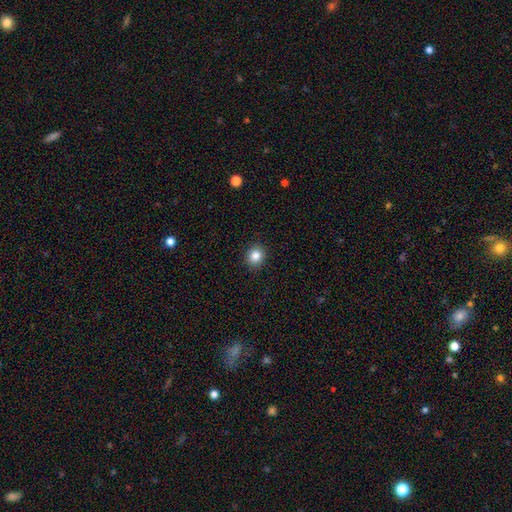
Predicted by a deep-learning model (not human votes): The model was most divided on "how rounded": round: 79%, in between: 20%, cigar-shaped: 1%. More confident: merging — none (91%); smooth or featured — smooth (84%).